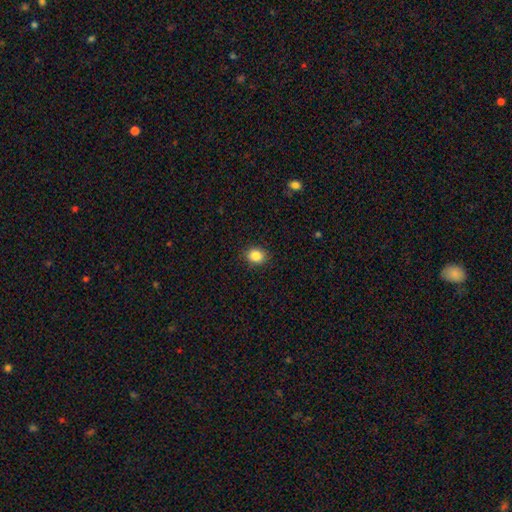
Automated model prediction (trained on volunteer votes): A smooth galaxy with no disk features (86%) that is round (63%).

Vote fractions:
- Smooth or featured? smooth: 86% / star or artifact: 10% / featured or disk: 4%
- How rounded? round: 63% / in between: 37% / cigar-shaped: 1%
- Merging? none: 89% / minor disturbance: 7% / major disturbance: 2% / merger: 1%